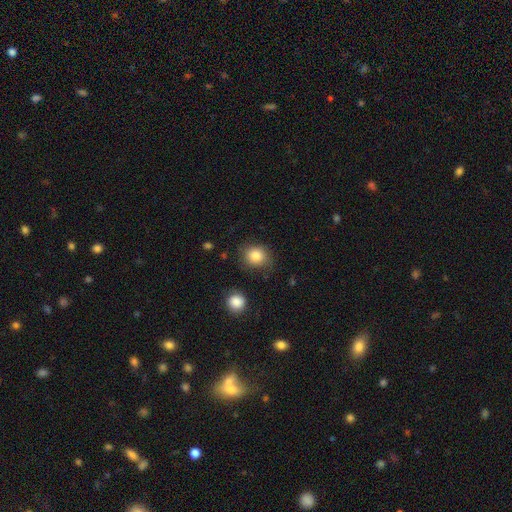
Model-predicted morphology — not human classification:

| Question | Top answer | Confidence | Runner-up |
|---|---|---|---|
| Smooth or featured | smooth | 84% | star or artifact (10%) |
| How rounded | round | 78% | in between (21%) |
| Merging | none | 79% | minor disturbance (15%) |